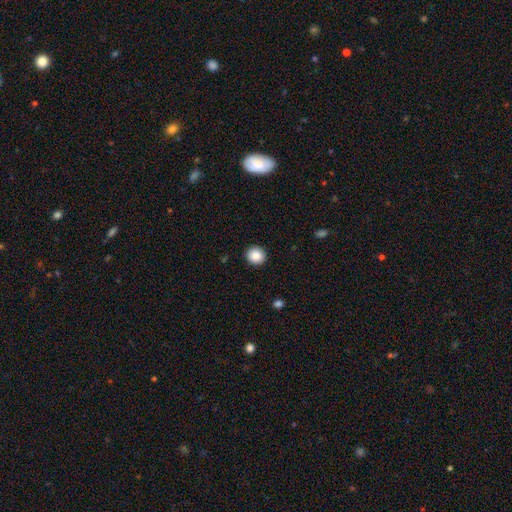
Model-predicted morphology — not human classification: Smooth or featured?
  - smooth: 87% *
  - star or artifact: 9%
  - featured or disk: 4%
How rounded?
  - round: 91% *
  - in between: 8%
  - cigar-shaped: 1%
Merging?
  - none: 92% *
  - minor disturbance: 5%
  - major disturbance: 2%
  - merger: 1%